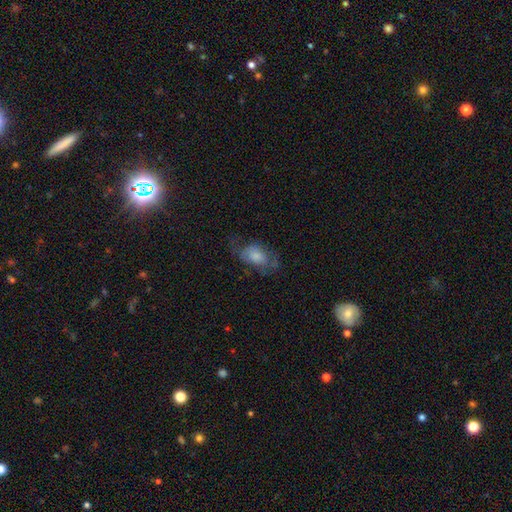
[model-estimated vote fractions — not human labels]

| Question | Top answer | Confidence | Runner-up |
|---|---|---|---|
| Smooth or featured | smooth | 66% | featured or disk (26%) |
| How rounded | in between | 87% | round (11%) |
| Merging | none | 41% | major disturbance (30%) |